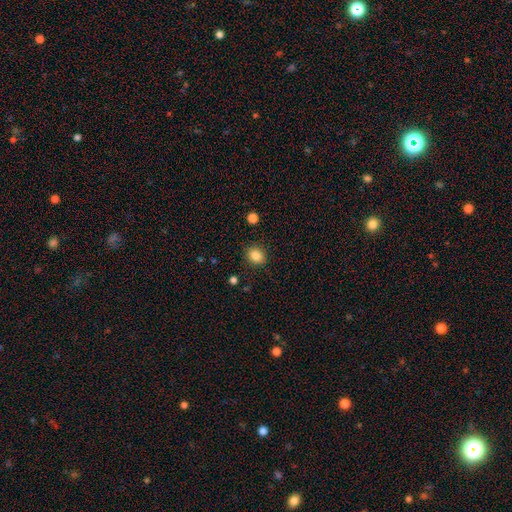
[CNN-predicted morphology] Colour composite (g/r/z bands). It shows a smooth galaxy with no disk features (85%) that is round (69%). Merging: none (88%).